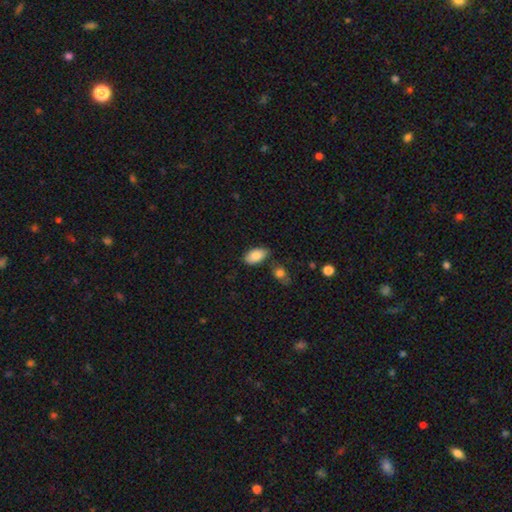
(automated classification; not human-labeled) smooth_or_featured: smooth (p=0.85) [alt: featured or disk p=0.08]
how_rounded: in between (p=0.94) [alt: round p=0.04]
merging: none (p=0.71) [alt: minor disturbance p=0.18]